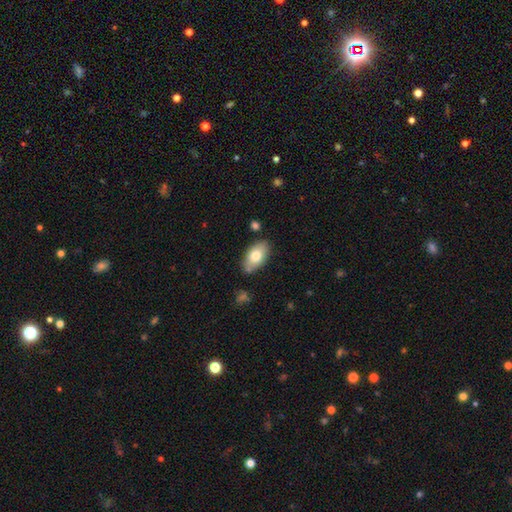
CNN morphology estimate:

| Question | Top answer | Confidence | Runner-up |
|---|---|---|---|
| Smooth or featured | smooth | 76% | featured or disk (18%) |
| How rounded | in between | 93% | round (4%) |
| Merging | none | 79% | minor disturbance (13%) |